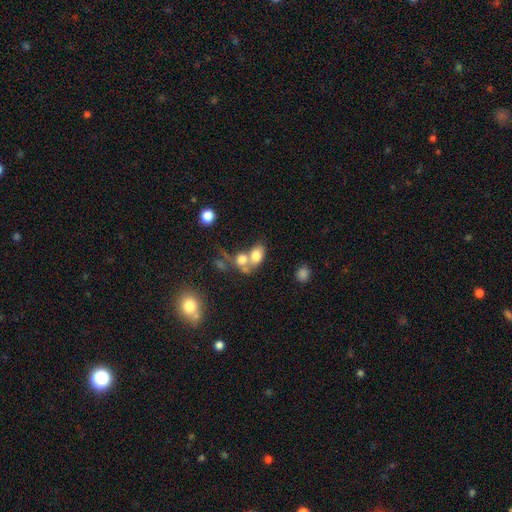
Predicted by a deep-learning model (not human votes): Morphology: type=smooth (74%); roundness=in between (74%); merging=merger (59%).